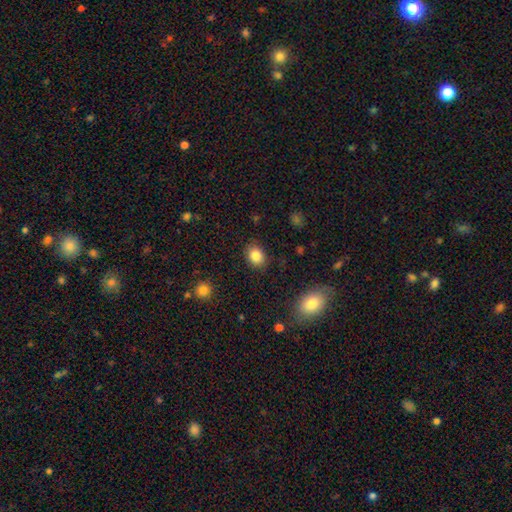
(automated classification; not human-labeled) Overall: smooth (85%). How rounded: in between (57%; round 42%). Merging: none (85%).